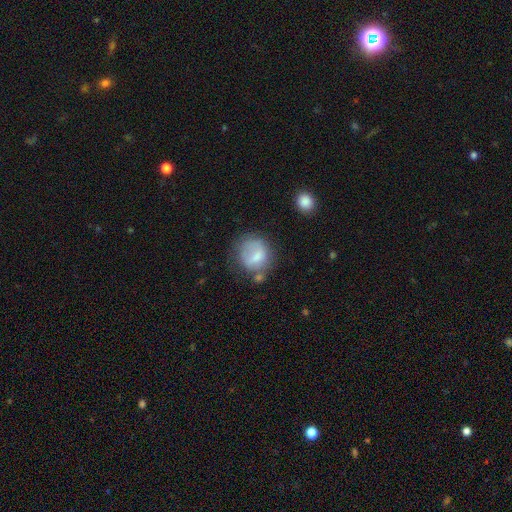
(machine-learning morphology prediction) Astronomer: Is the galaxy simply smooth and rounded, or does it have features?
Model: smooth — 66%.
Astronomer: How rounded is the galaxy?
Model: round — 70%.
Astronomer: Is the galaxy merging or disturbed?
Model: none — 47% (runner-up: minor disturbance, 26%).